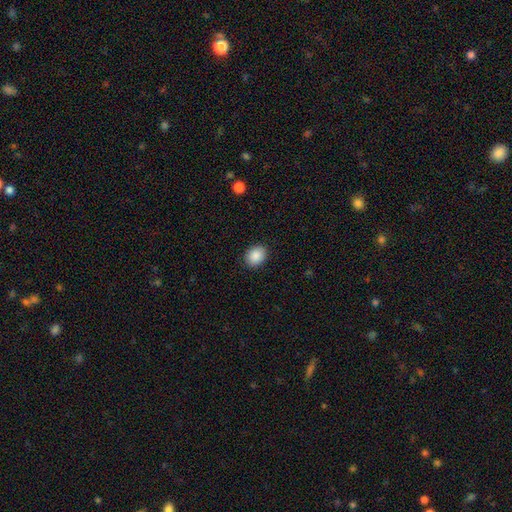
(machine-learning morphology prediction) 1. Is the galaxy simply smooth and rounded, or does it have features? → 89% smooth, 8% star or artifact, 3% featured or disk.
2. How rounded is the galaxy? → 52% in between, 47% round, 1% cigar-shaped.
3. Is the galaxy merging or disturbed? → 89% none, 8% minor disturbance, 2% major disturbance, 1% merger.